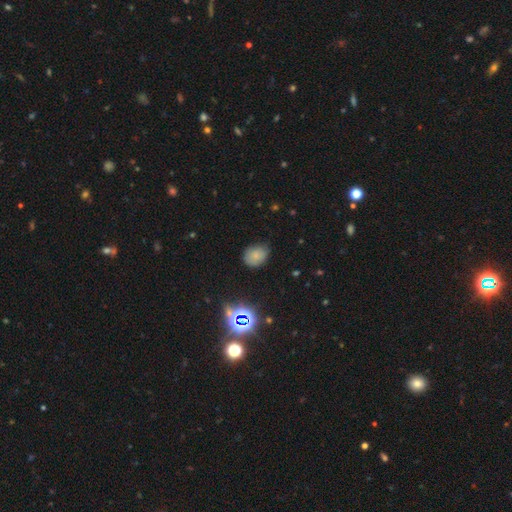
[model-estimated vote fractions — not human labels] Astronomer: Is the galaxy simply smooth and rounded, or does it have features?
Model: smooth — 73%.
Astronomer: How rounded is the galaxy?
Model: in between — 55% (runner-up: round, 44%).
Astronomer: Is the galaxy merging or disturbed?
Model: none — 68%.